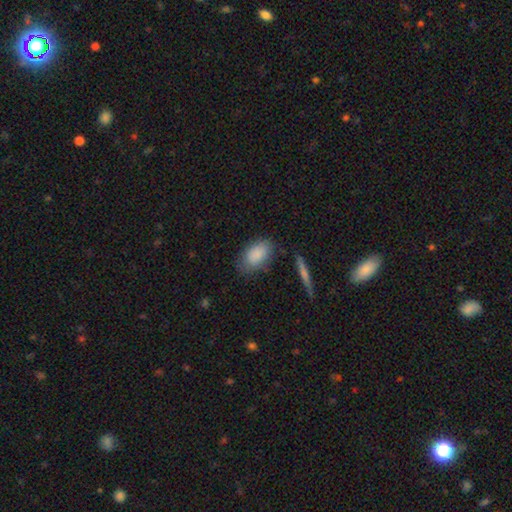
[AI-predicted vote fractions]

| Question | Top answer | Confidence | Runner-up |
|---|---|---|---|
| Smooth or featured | smooth | 86% | star or artifact (7%) |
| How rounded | in between | 90% | round (6%) |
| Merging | none | 72% | minor disturbance (19%) |